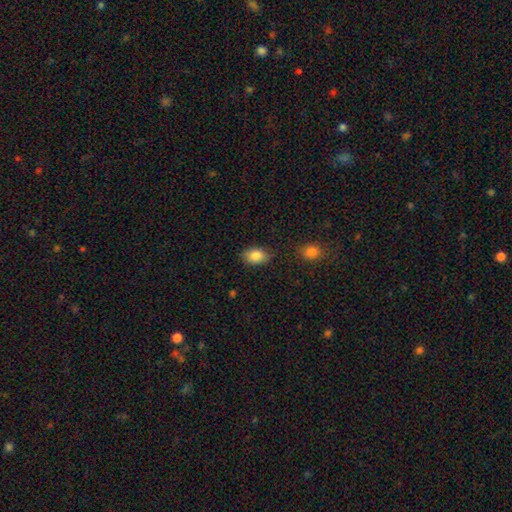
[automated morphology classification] smooth-or-featured: smooth: 85% | star or artifact: 8% | featured or disk: 7%
  how-rounded: in between: 80% | round: 19% | cigar-shaped: 1%
  merging: none: 80% | minor disturbance: 14% | major disturbance: 3% | merger: 3%